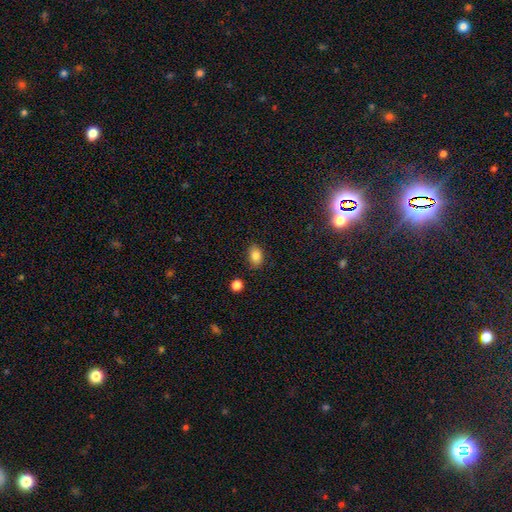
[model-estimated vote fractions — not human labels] Morphology: type=smooth (83%); roundness=in between (70%); merging=none (83%).